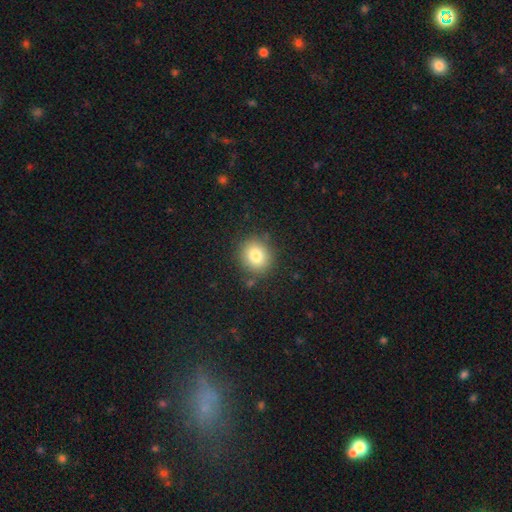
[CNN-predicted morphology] Smooth or featured: smooth — 81% (star or artifact — 11%)
How rounded: round — 81% (in between — 18%)
Merging: none — 85% (minor disturbance — 10%)